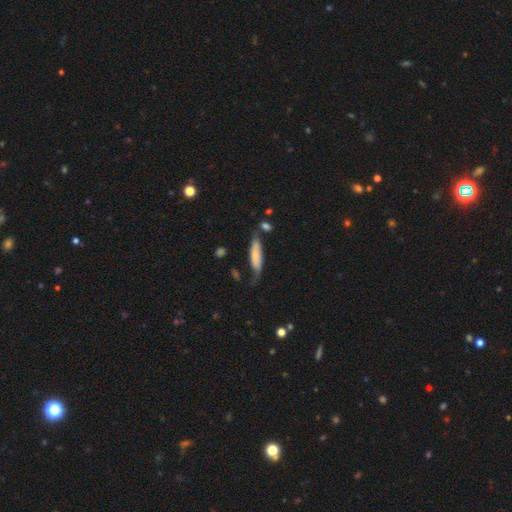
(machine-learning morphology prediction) Q: Smooth or featured?
A: smooth (66%); runner-up: featured or disk (28%)
Q: How rounded?
A: cigar-shaped (70%); runner-up: in between (28%)
Q: Merging?
A: none (52%); runner-up: minor disturbance (30%)